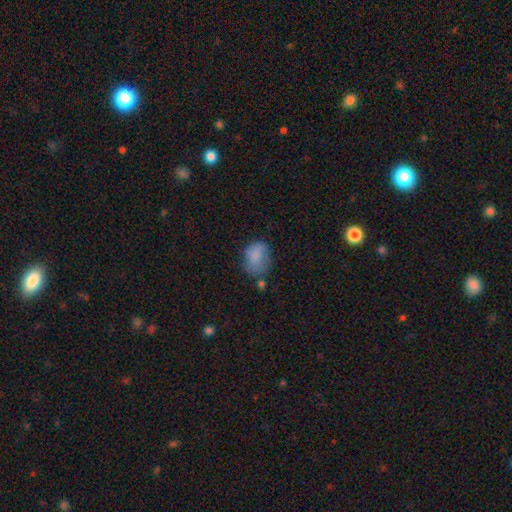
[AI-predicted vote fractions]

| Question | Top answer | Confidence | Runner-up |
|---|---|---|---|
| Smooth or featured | smooth | 76% | featured or disk (14%) |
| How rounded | in between | 62% | round (36%) |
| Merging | none | 45% | minor disturbance (32%) |